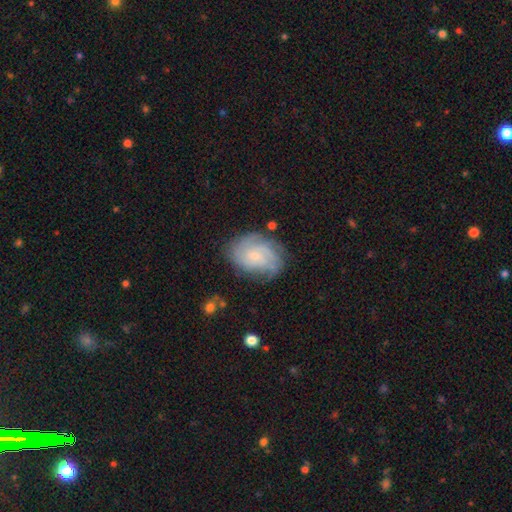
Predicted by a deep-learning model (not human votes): smooth-or-featured: featured or disk: 71% | smooth: 21% | star or artifact: 8%
  disk-edge-on: no: 97% | yes: 3%
    bar: no: 78% | weak: 20% | strong: 3%
    has-spiral-arms: yes: 91% | no: 9%
      spiral-winding: tight: 60% | medium: 30% | loose: 10%
      spiral-arm-count: can't tell: 40% | 3: 18% | 4: 17% | 2: 13% | more than 4: 7% | 1: 6%
    bulge-size: small: 79% | moderate: 17% | none: 2% | large: 1% | dominant: 1%
  merging: none: 69% | minor disturbance: 21% | major disturbance: 8% | merger: 2%